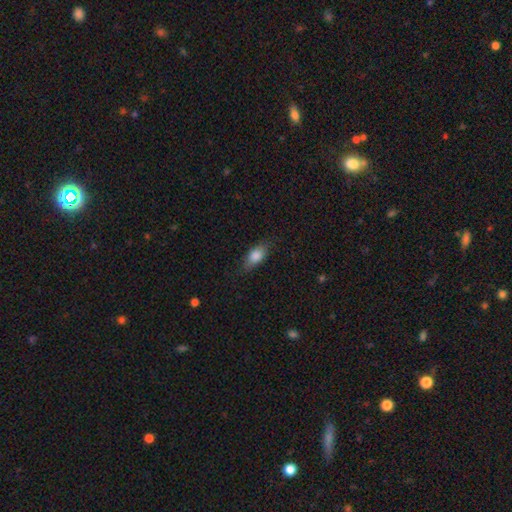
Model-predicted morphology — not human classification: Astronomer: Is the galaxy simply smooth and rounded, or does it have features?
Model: smooth — 80%.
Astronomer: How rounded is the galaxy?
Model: in between — 82%.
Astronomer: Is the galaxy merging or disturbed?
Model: none — 76%.